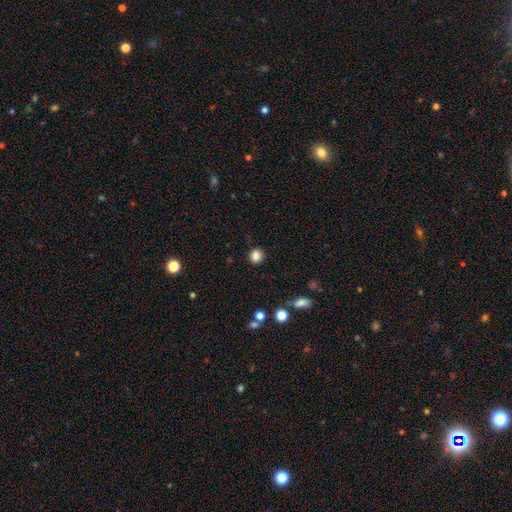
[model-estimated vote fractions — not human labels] A smooth galaxy with no disk features (83%) that is round (90%).

Vote fractions:
- Smooth or featured? smooth: 83% / star or artifact: 11% / featured or disk: 5%
- How rounded? round: 90% / in between: 9% / cigar-shaped: 1%
- Merging? none: 91% / minor disturbance: 6% / major disturbance: 2% / merger: 1%